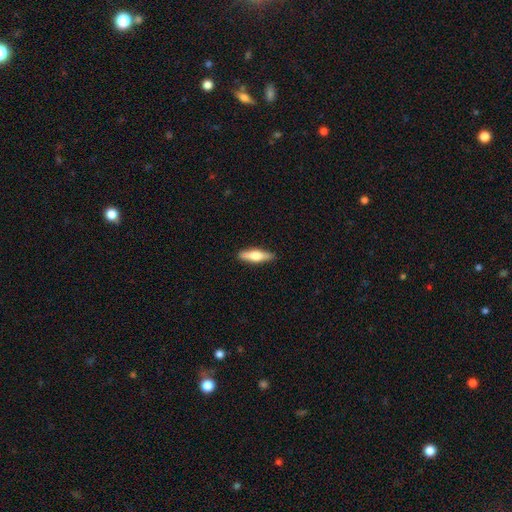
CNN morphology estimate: Smooth or featured? Predicted: smooth (p=0.56). How rounded? Predicted: cigar-shaped (p=0.60). Merging? Predicted: none (p=0.82).